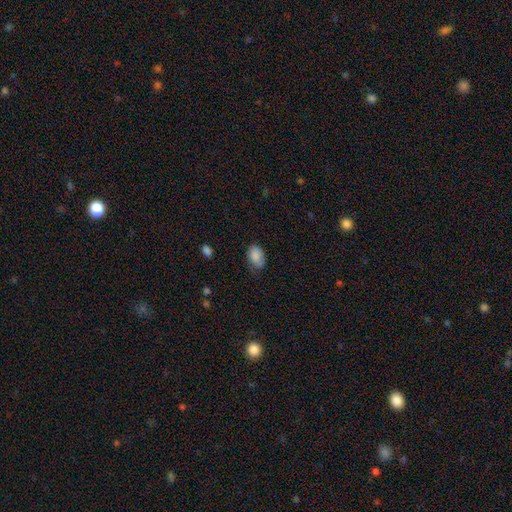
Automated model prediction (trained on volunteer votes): A smooth galaxy with no disk features (85%) that is in between round and cigar-shaped (87%). Merging: none (61%).